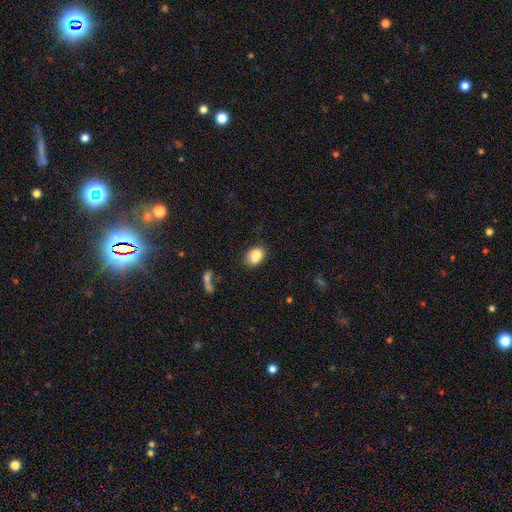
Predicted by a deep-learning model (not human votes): Q: Smooth or featured?
A: smooth (85%); runner-up: star or artifact (9%)
Q: How rounded?
A: in between (72%); runner-up: round (26%)
Q: Merging?
A: none (72%); runner-up: minor disturbance (18%)